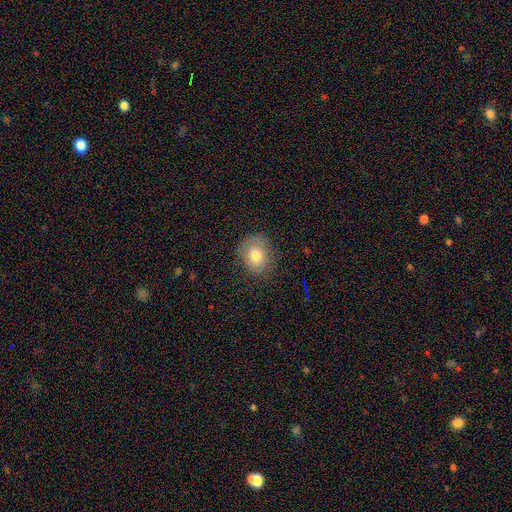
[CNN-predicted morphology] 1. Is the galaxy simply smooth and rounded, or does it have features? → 76% smooth, 14% featured or disk, 10% star or artifact.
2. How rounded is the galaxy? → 62% round, 37% in between, 1% cigar-shaped.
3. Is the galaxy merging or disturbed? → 78% none, 16% minor disturbance, 5% major disturbance, 1% merger.